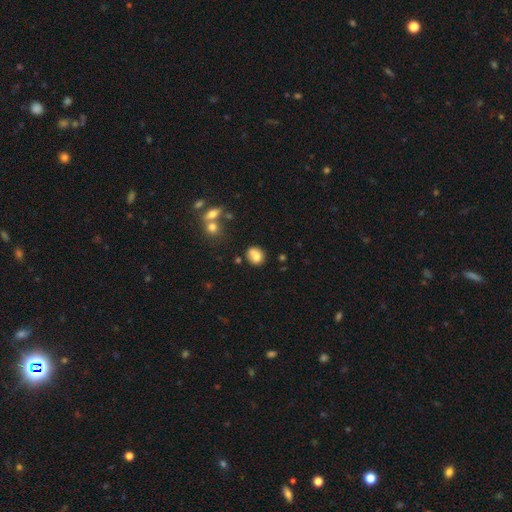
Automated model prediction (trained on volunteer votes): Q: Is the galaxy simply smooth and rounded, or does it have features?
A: smooth — 78%.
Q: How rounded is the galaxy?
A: round — 59%.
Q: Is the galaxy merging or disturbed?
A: none — 59%.